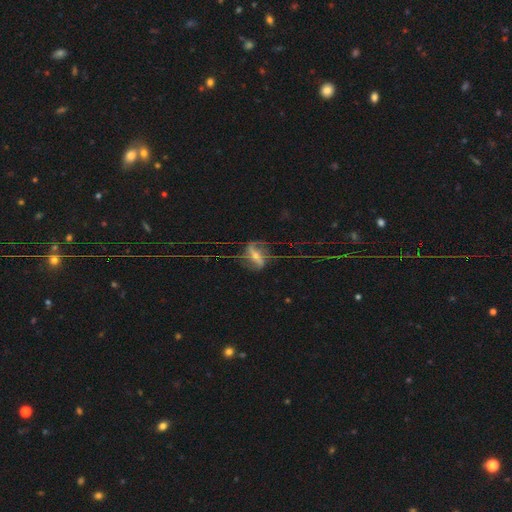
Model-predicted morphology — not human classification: Smooth or featured? Predicted: featured or disk (p=0.78). Edge-on disk? Predicted: no (p=0.86). Bar? Predicted: strong (p=0.56). Spiral arms? Predicted: yes (p=0.86). Spiral winding? Predicted: loose (p=0.61). Spiral arm count? Predicted: 2 (p=0.72). Bulge size? Predicted: small (p=0.53). Merging? Predicted: none (p=0.57).